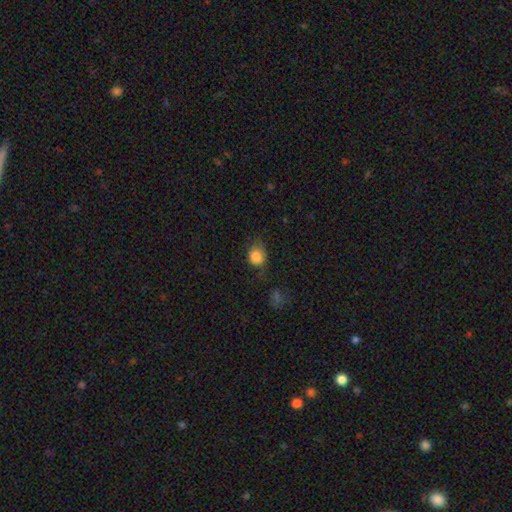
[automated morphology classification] Overall: smooth (83%). How rounded: round (66%; in between 33%). Merging: none (57%; minor disturbance 28%).